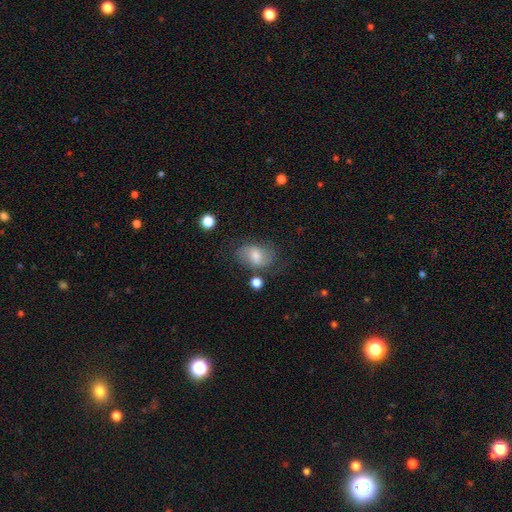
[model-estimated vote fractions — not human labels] A smooth galaxy with no disk features (54%) that is in between round and cigar-shaped (76%).

Vote fractions:
- Smooth or featured? smooth: 54% / featured or disk: 36% / star or artifact: 10%
- How rounded? in between: 76% / round: 23% / cigar-shaped: 1%
- Merging? none: 62% / minor disturbance: 23% / major disturbance: 10% / merger: 5%